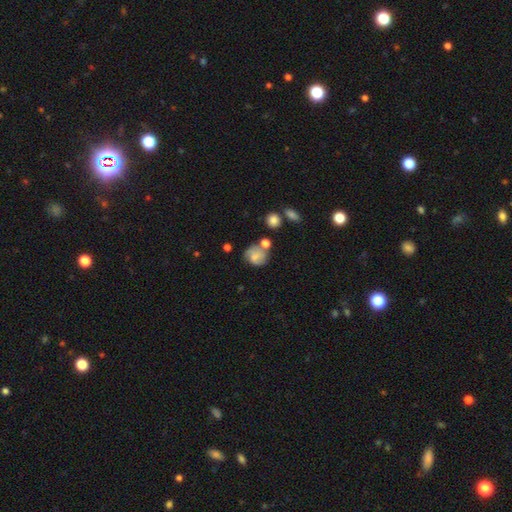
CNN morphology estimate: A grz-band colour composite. It shows a smooth galaxy with no disk features (61%) that is round (72%). Merging: none (51%).